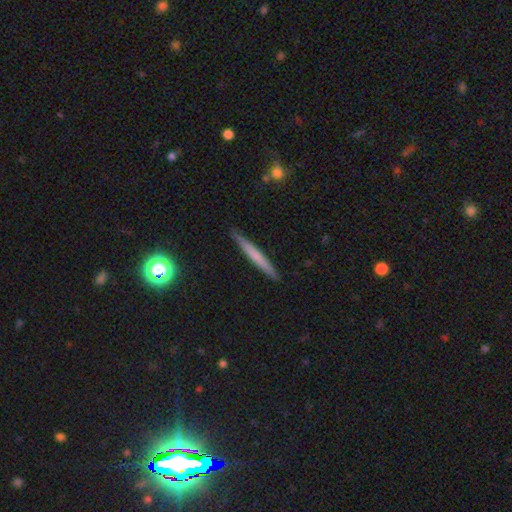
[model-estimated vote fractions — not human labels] This is possibly a smooth galaxy (59%). How rounded: clearly cigar-shaped (96%). Merging: clearly none (90%).